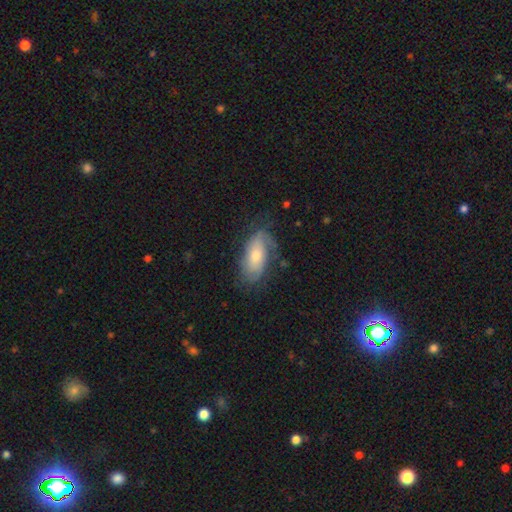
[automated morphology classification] This is possibly a featured or disk galaxy (52%). It is clearly not viewed edge-on (90%). Merging: likely none (61%).